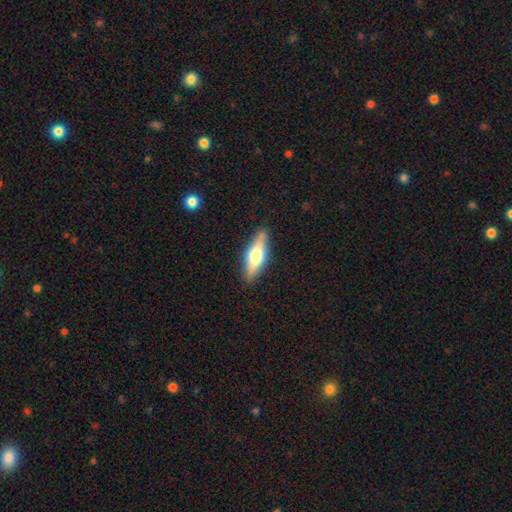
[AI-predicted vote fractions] smooth_or_featured: smooth (p=0.52) [alt: featured or disk p=0.42]
how_rounded: cigar-shaped (p=0.51) [alt: in between p=0.46]
merging: none (p=0.86) [alt: minor disturbance p=0.11]